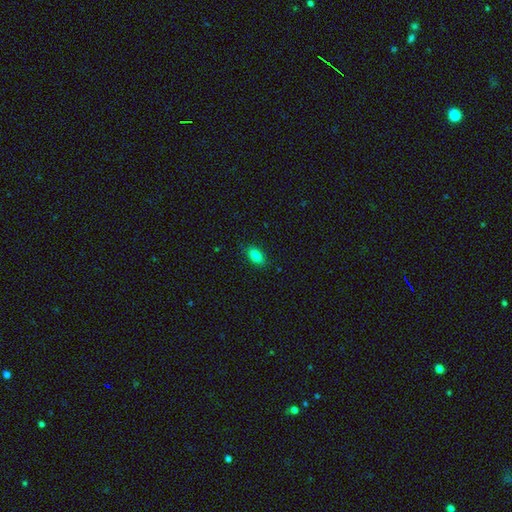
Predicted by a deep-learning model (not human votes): Morphology: type=smooth (85%); roundness=in between (89%); merging=none (86%).